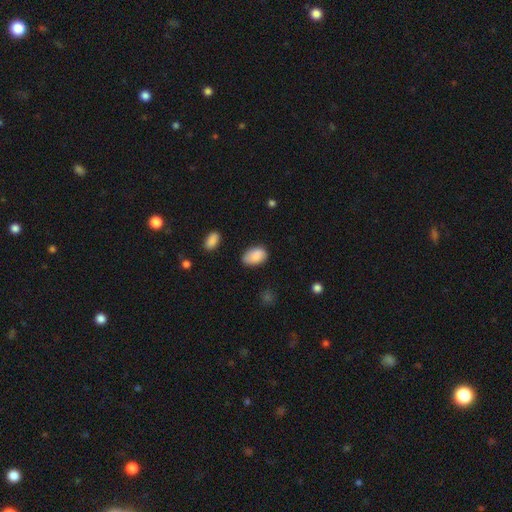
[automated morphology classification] Smooth or featured? Predicted: smooth (p=0.87). How rounded? Predicted: in between (p=0.90). Merging? Predicted: none (p=0.71).